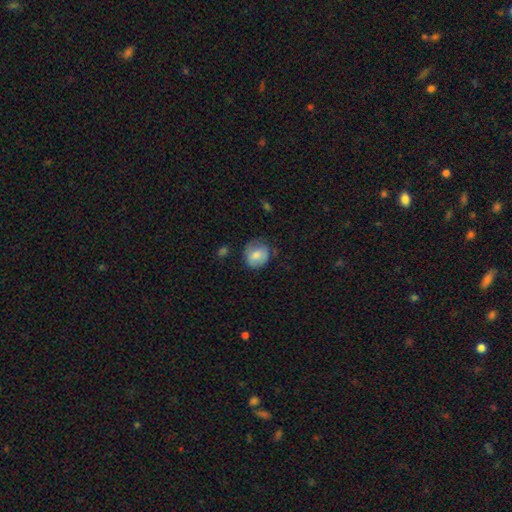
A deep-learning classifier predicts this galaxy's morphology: smooth-or-featured: smooth: 72% | featured or disk: 21% | star or artifact: 8%
  how-rounded: round: 70% | in between: 29% | cigar-shaped: 1%
  merging: none: 61% | minor disturbance: 28% | major disturbance: 9% | merger: 2%